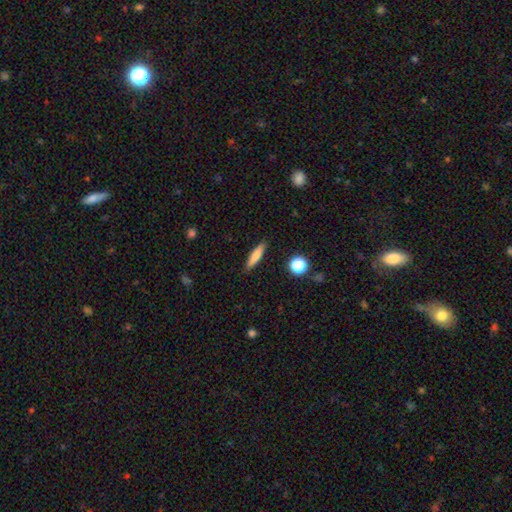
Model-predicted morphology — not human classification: Q: Smooth or featured?
A: smooth (72%); runner-up: featured or disk (20%)
Q: How rounded?
A: cigar-shaped (79%); runner-up: in between (19%)
Q: Merging?
A: none (89%); runner-up: minor disturbance (8%)